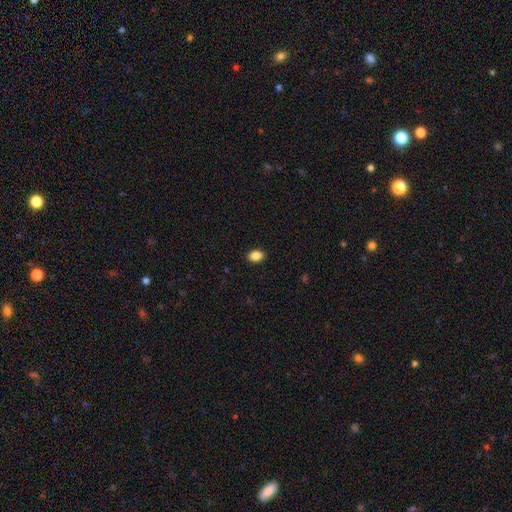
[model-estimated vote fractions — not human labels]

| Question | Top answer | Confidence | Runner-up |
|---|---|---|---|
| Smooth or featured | smooth | 88% | star or artifact (9%) |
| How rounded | in between | 74% | round (25%) |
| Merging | none | 90% | minor disturbance (7%) |